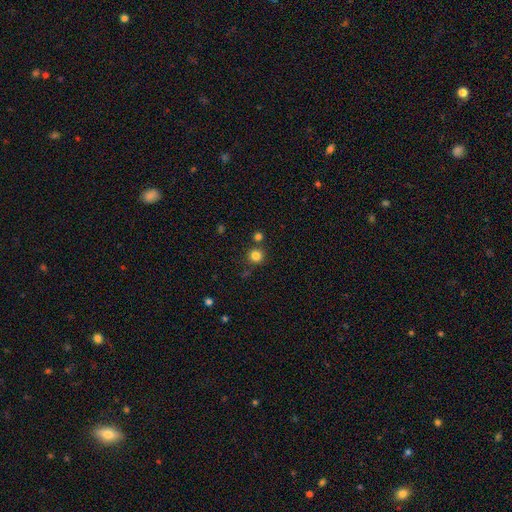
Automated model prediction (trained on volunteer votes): A smooth galaxy with no disk features (82%) that is round (93%).

Vote fractions:
- Smooth or featured? smooth: 82% / star or artifact: 13% / featured or disk: 5%
- How rounded? round: 93% / in between: 6% / cigar-shaped: 1%
- Merging? none: 79% / merger: 10% / minor disturbance: 8% / major disturbance: 3%